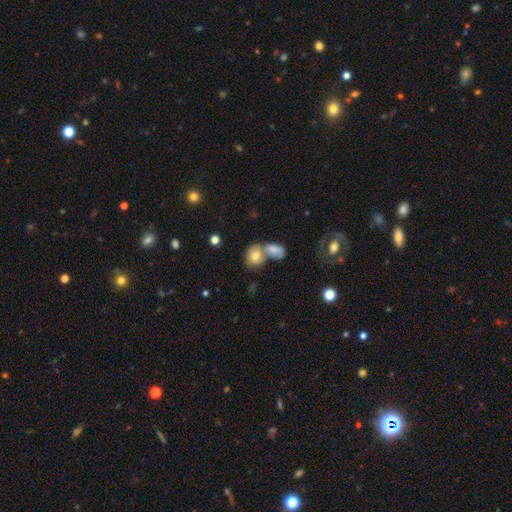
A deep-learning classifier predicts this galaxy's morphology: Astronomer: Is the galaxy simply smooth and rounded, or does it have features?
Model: smooth — 77%.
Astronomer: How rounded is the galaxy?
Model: round — 52% (runner-up: in between, 46%).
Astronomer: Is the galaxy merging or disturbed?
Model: merger — 49% (runner-up: none, 38%).